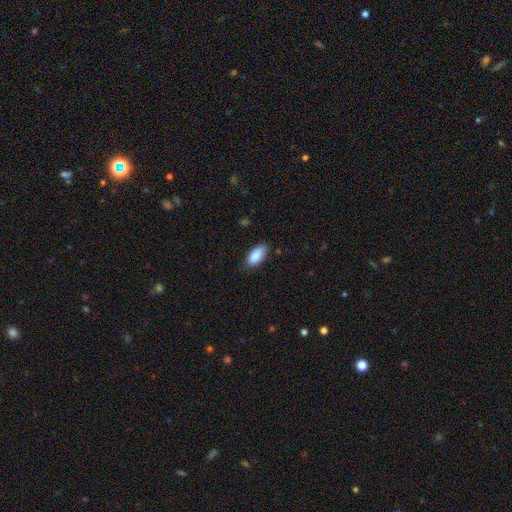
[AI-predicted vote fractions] smooth-or-featured: smooth: 88% | star or artifact: 7% | featured or disk: 5%
  how-rounded: in between: 88% | cigar-shaped: 10% | round: 2%
  merging: none: 77% | minor disturbance: 19% | major disturbance: 3% | merger: 1%